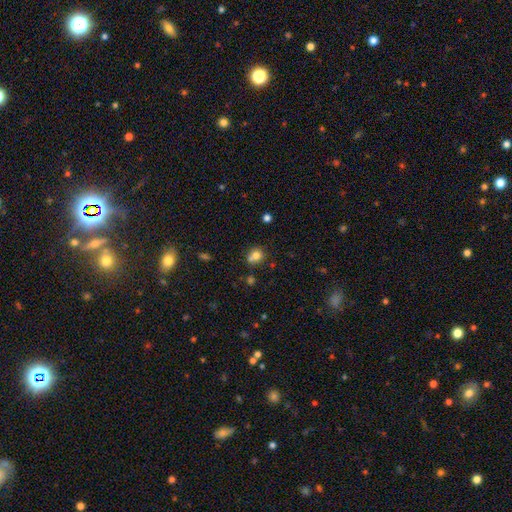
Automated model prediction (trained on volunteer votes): Morphology: type=smooth (75%); roundness=round (83%); merging=none (55%).